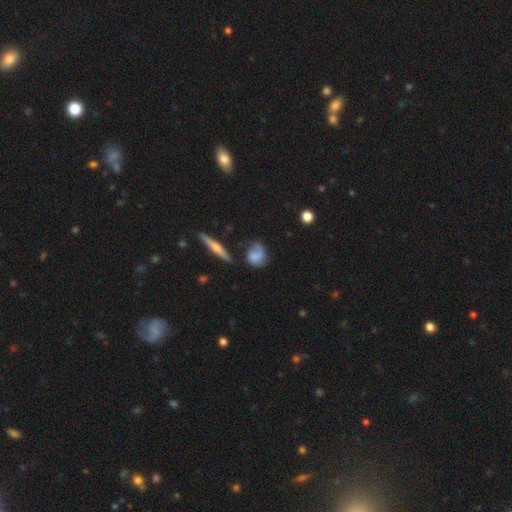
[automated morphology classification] A smooth galaxy with no disk features (52%) that is round (51%). Merging: none (52%).